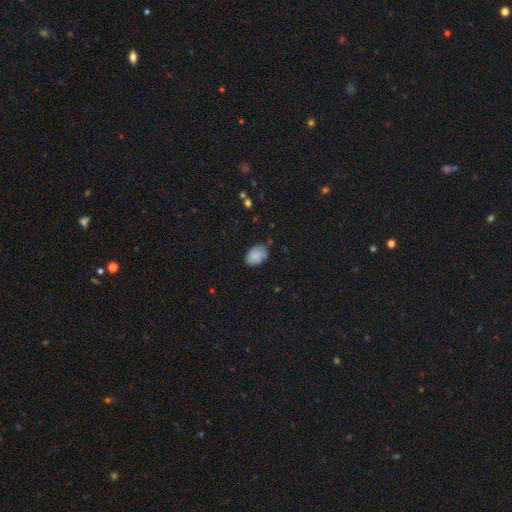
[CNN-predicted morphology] This is clearly a smooth galaxy (80%). How rounded: clearly in between (82%). Merging: likely none (73%).